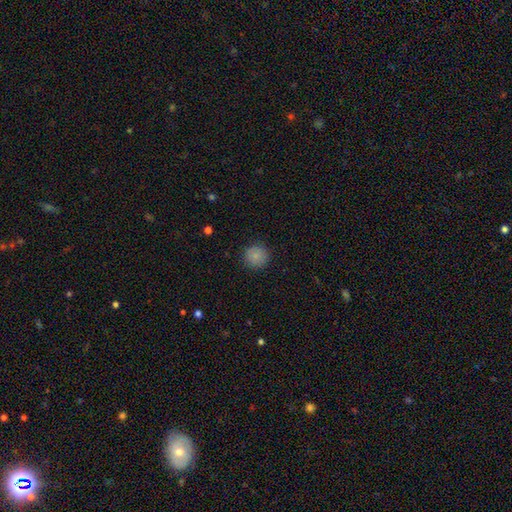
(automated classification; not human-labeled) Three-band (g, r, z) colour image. It shows a smooth galaxy with no disk features (85%) that is round (94%). Merging: none (90%).